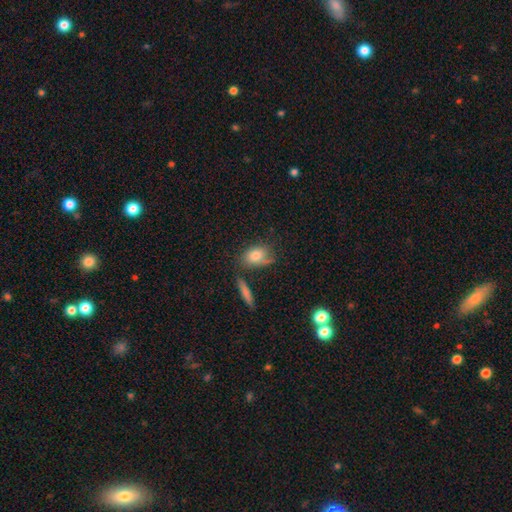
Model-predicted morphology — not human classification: type=smooth (77%); roundness=in between (77%); merging=none (56%).